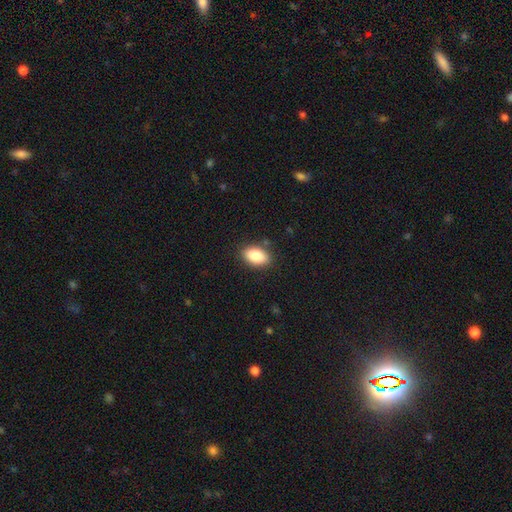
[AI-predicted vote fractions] smooth_or_featured: smooth (p=0.85) [alt: star or artifact p=0.08]
how_rounded: in between (p=0.91) [alt: round p=0.07]
merging: none (p=0.86) [alt: minor disturbance p=0.10]